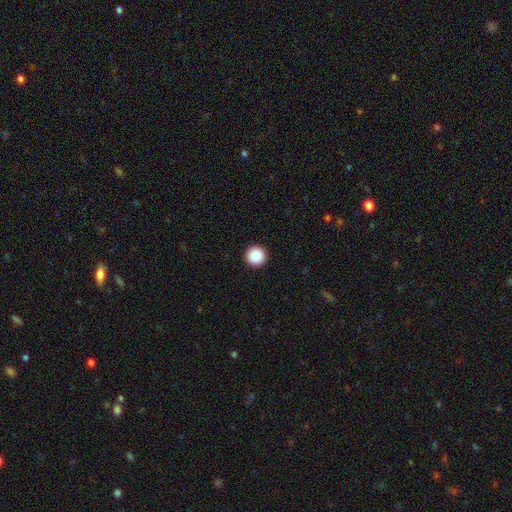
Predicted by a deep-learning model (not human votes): A smooth galaxy with no disk features (89%) that is round (97%). Merging: none (94%).